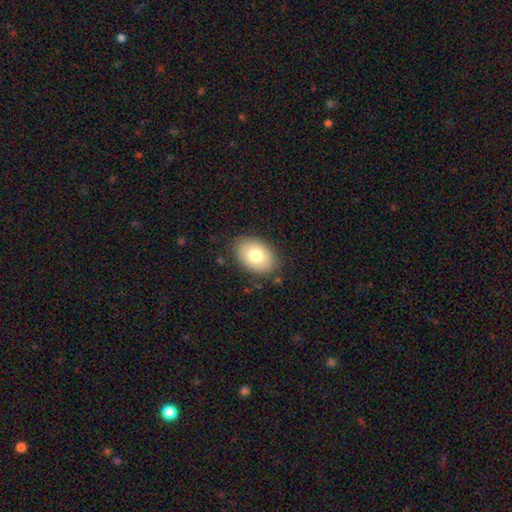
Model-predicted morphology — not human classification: smooth_or_featured: smooth (p=0.78) [alt: featured or disk p=0.14]
how_rounded: in between (p=0.85) [alt: round p=0.14]
merging: none (p=0.84) [alt: minor disturbance p=0.12]